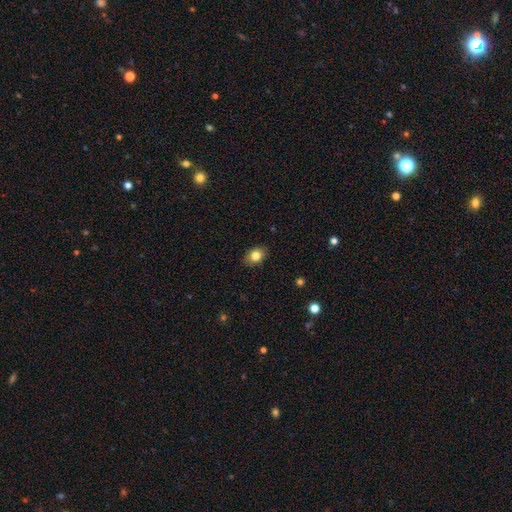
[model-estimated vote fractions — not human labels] A smooth galaxy with no disk features (82%) that is in between round and cigar-shaped (67%).

Vote fractions:
- Smooth or featured? smooth: 82% / star or artifact: 9% / featured or disk: 9%
- How rounded? in between: 67% / round: 32% / cigar-shaped: 1%
- Merging? none: 87% / minor disturbance: 10% / major disturbance: 2% / merger: 1%